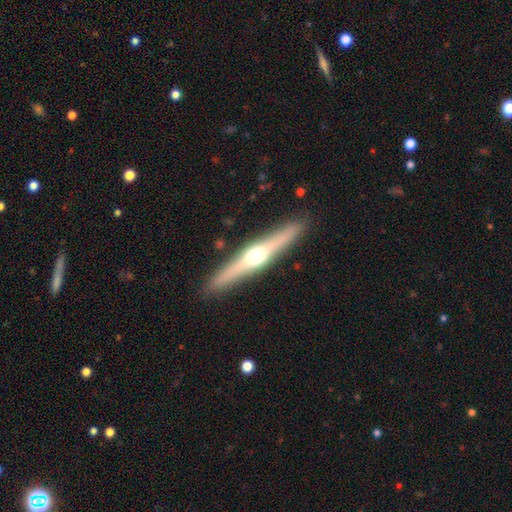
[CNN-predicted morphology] Smooth or featured: featured or disk — 69% (smooth — 26%)
Edge-on disk: yes — 97% (no — 3%)
Edge-on bulge: rounded — 91% (boxy — 5%)
Merging: none — 91% (minor disturbance — 7%)